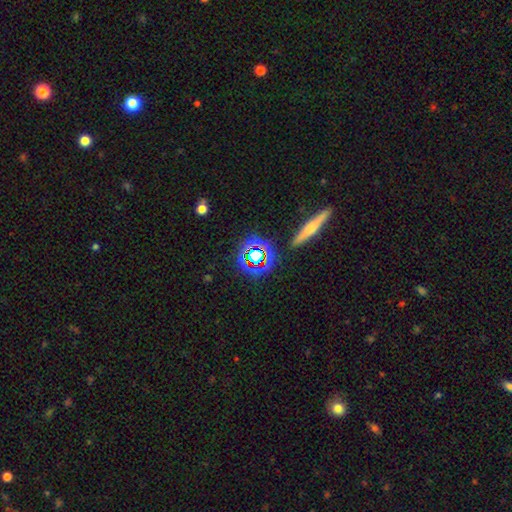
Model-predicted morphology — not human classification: smooth-or-featured: star or artifact: 58% | smooth: 30% | featured or disk: 13%